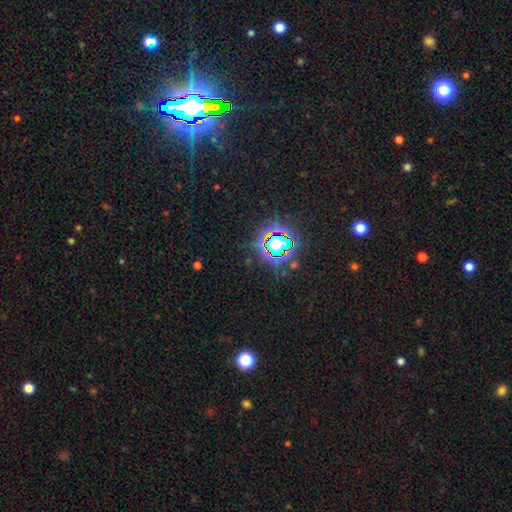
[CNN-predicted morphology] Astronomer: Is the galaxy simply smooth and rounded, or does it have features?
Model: star or artifact — 83%.